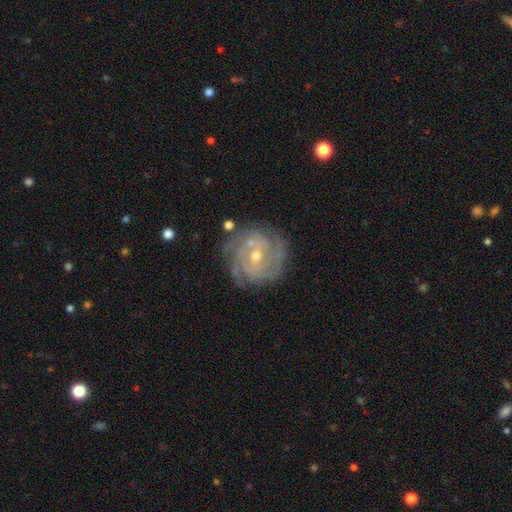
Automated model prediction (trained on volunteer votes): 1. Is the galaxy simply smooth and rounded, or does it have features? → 87% featured or disk, 7% star or artifact, 7% smooth.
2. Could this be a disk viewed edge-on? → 97% no, 3% yes.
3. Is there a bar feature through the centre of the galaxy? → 53% no, 36% weak, 11% strong.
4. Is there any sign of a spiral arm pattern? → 97% yes, 3% no.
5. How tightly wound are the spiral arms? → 74% tight, 22% medium, 4% loose.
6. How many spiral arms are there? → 26% 3, 24% can't tell, 22% 4, 14% 2, 8% more than 4, 6% 1.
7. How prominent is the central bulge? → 52% small, 45% moderate, 1% large, 1% none, 1% dominant.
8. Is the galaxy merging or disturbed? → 78% none, 14% minor disturbance, 5% major disturbance, 3% merger.